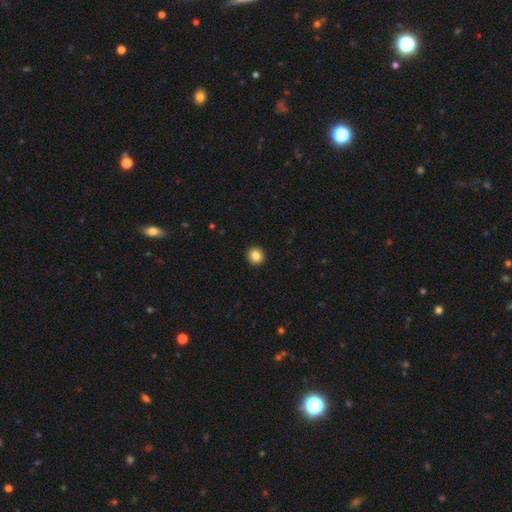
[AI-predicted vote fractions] smooth-or-featured: smooth: 85% | star or artifact: 9% | featured or disk: 5%
  how-rounded: round: 94% | in between: 5% | cigar-shaped: 1%
  merging: none: 94% | minor disturbance: 4% | major disturbance: 1% | merger: 1%